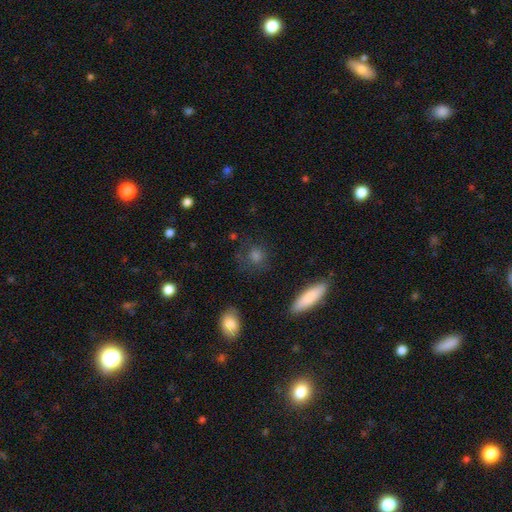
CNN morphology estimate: Smooth or featured? smooth (70%)
How rounded? round (69%)
Merging? none (73%)